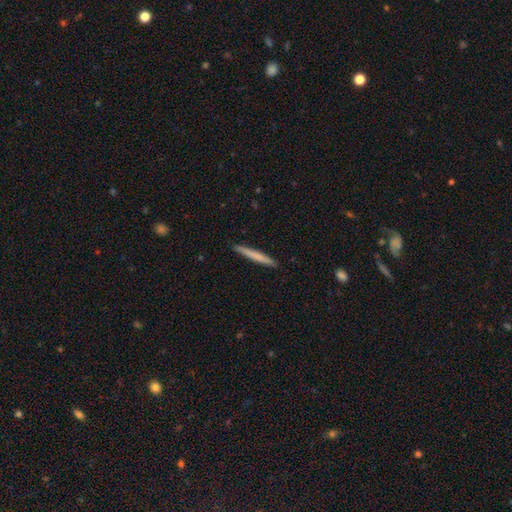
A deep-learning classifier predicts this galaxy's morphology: Smooth or featured?
  - smooth: 68% *
  - featured or disk: 27%
  - star or artifact: 5%
How rounded?
  - cigar-shaped: 97% *
  - in between: 2%
  - round: 1%
Merging?
  - none: 92% *
  - minor disturbance: 6%
  - major disturbance: 1%
  - merger: 1%